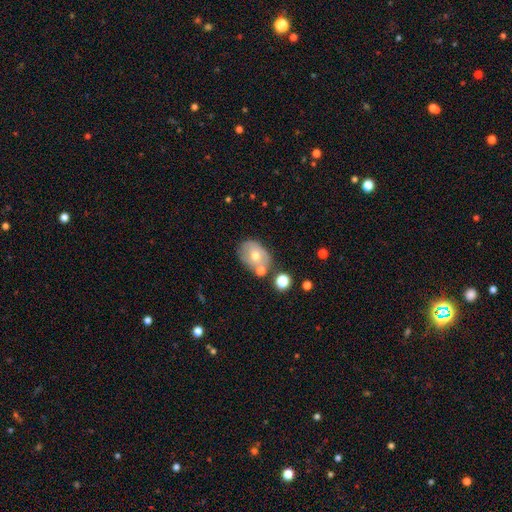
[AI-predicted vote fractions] Q: Smooth or featured?
A: smooth (54%); runner-up: featured or disk (36%)
Q: How rounded?
A: in between (68%); runner-up: round (31%)
Q: Merging?
A: none (54%); runner-up: merger (20%)